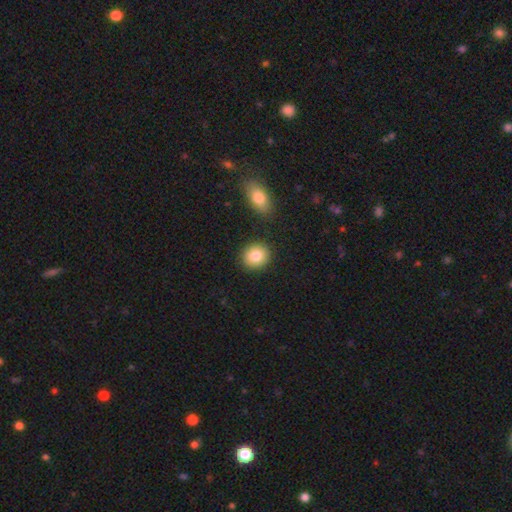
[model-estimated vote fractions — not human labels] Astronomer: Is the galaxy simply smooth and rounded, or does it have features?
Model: smooth — 84%.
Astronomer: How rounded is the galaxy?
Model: round — 75%.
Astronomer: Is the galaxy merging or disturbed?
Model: none — 87%.